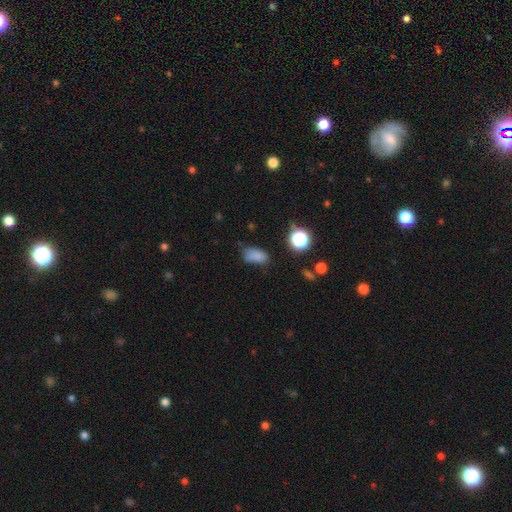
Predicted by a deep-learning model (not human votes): A smooth galaxy with no disk features (78%) that is in between round and cigar-shaped (87%). Merging: none (59%).